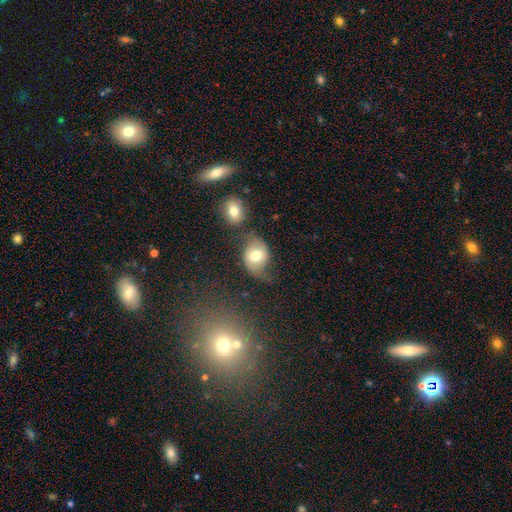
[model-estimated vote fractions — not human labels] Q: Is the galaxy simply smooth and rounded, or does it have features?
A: smooth — 58%.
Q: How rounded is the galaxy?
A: in between — 58%.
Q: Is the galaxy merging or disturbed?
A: none — 50%.